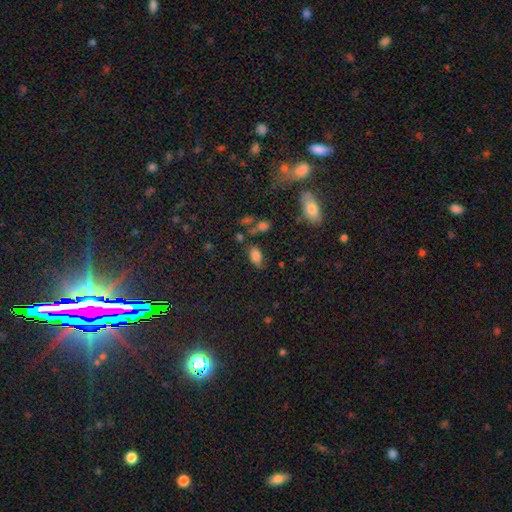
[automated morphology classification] smooth_or_featured: smooth (p=0.80) [alt: star or artifact p=0.13]
how_rounded: in between (p=0.91) [alt: round p=0.06]
merging: none (p=0.65) [alt: minor disturbance p=0.21]